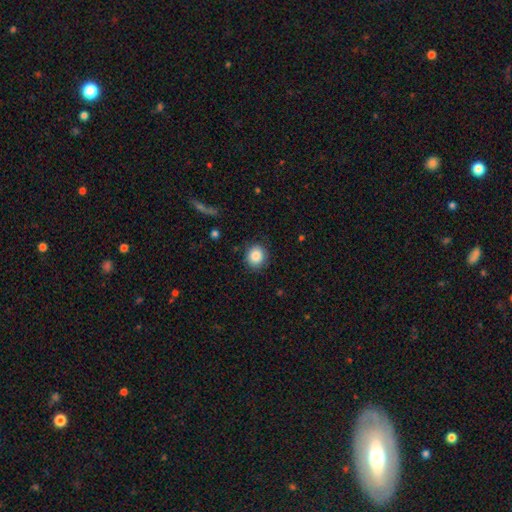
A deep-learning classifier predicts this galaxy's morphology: Q: Smooth or featured?
A: smooth (86%); runner-up: star or artifact (9%)
Q: How rounded?
A: round (81%); runner-up: in between (18%)
Q: Merging?
A: none (86%); runner-up: minor disturbance (10%)